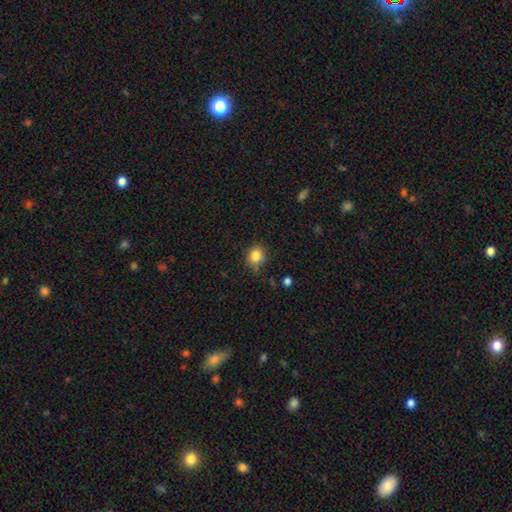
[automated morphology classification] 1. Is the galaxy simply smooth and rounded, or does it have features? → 84% smooth, 11% star or artifact, 5% featured or disk.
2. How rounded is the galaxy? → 75% round, 24% in between, 1% cigar-shaped.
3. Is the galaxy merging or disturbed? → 80% none, 15% minor disturbance, 3% major disturbance, 2% merger.